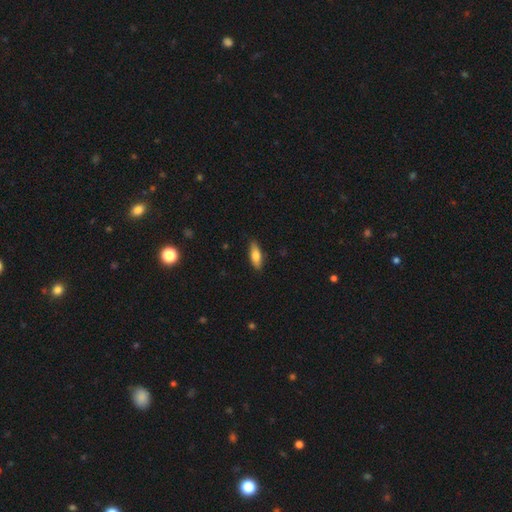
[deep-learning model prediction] Overall: smooth (78%). How rounded: in between (67%; cigar-shaped 31%). Merging: none (85%).